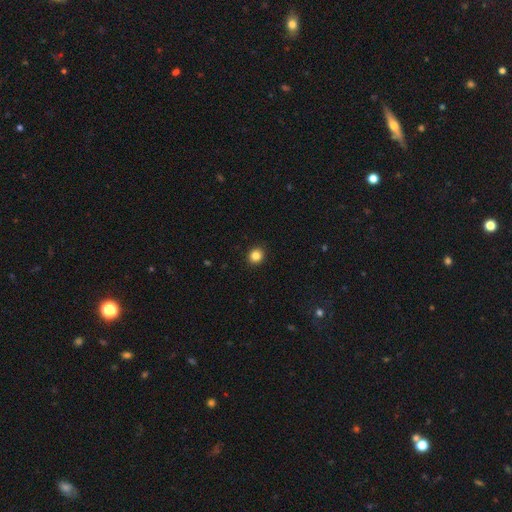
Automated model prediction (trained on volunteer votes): Morphology: type=smooth (85%); roundness=round (84%); merging=none (92%).